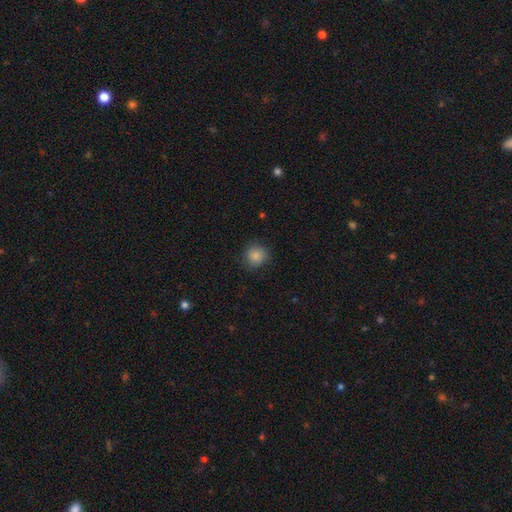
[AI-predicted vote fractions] This is clearly a smooth galaxy (85%). How rounded: clearly round (90%). Merging: clearly none (83%).